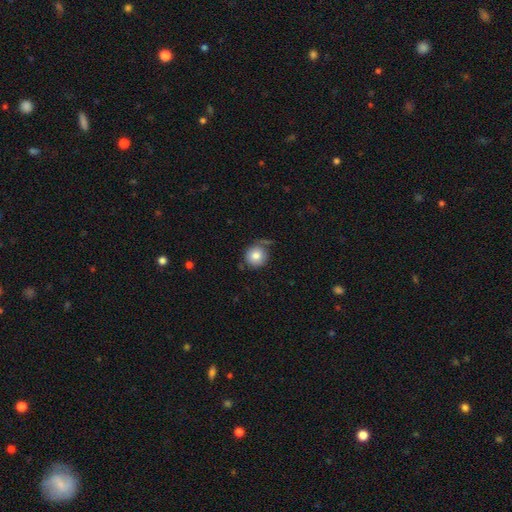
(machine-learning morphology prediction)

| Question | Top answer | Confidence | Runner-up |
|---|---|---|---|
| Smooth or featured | smooth | 81% | featured or disk (10%) |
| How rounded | round | 91% | in between (8%) |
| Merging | none | 65% | minor disturbance (20%) |